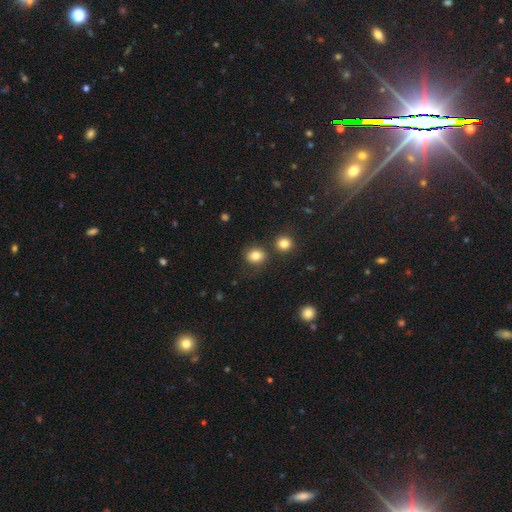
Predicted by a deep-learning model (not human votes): A smooth galaxy with no disk features (82%) that is round (65%).

Vote fractions:
- Smooth or featured? smooth: 82% / star or artifact: 11% / featured or disk: 7%
- How rounded? round: 65% / in between: 34% / cigar-shaped: 1%
- Merging? none: 76% / minor disturbance: 12% / merger: 8% / major disturbance: 4%